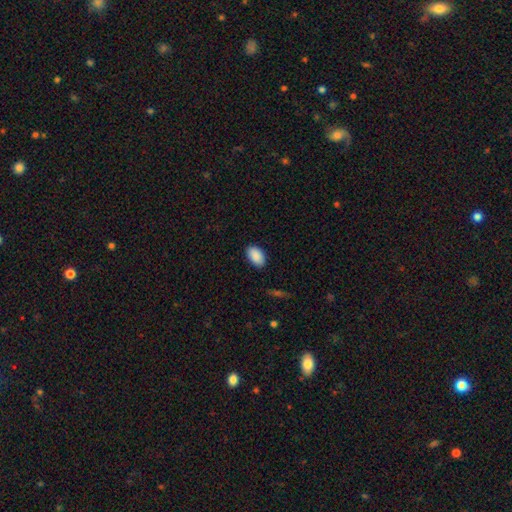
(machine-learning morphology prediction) The model was most divided on "merging": none: 87%, minor disturbance: 10%, major disturbance: 2%, merger: 1%. More confident: how rounded — in between (92%); smooth or featured — smooth (90%).